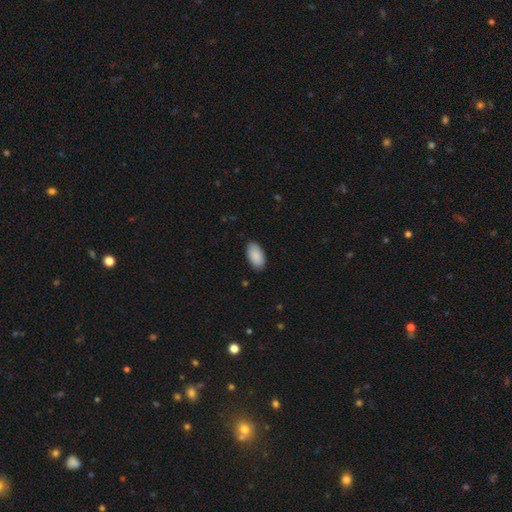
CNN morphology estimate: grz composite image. It shows a smooth galaxy with no disk features (90%) that is in between round and cigar-shaped (96%). Merging: none (85%).